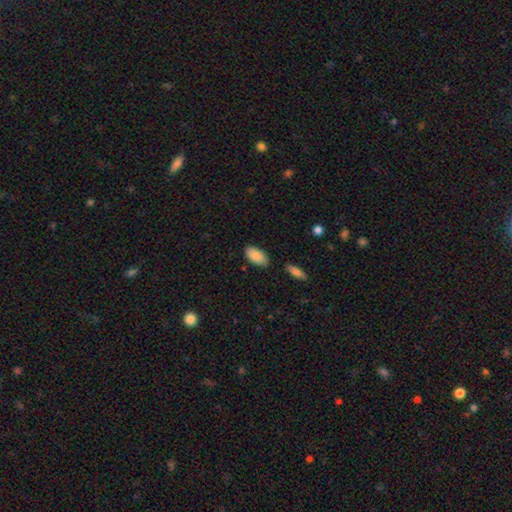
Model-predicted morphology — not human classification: This appears to be a smooth galaxy with no disk features (87%) that is in between round and cigar-shaped (94%). Merging: none (77%).